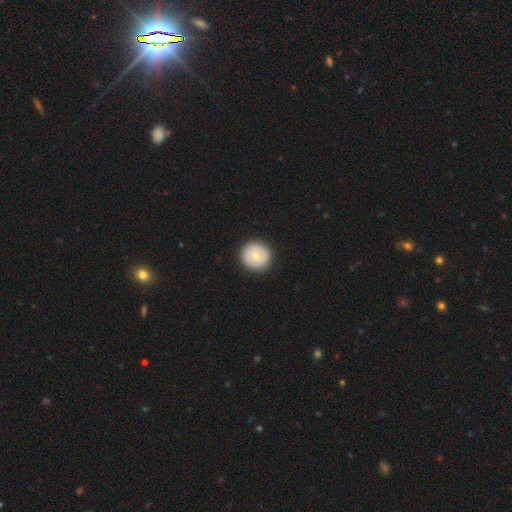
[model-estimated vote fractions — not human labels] smooth 62%, featured or disk 33%, star or artifact 6%. Down the decision tree: how rounded — round (94%); merging — none (91%).